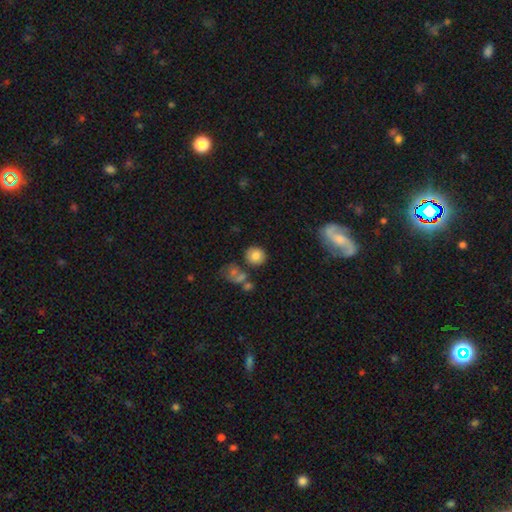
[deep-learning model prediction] A smooth galaxy with no disk features (81%) that is round (88%). Merging: none (78%).